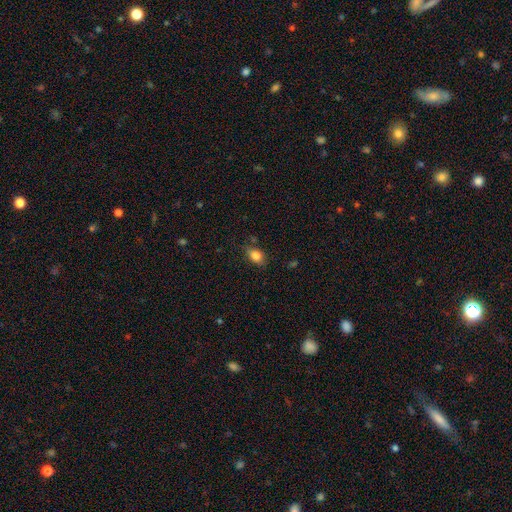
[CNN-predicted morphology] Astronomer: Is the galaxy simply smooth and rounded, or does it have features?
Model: smooth — 83%.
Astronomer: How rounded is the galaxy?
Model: in between — 78%.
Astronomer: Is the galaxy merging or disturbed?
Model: none — 75%.